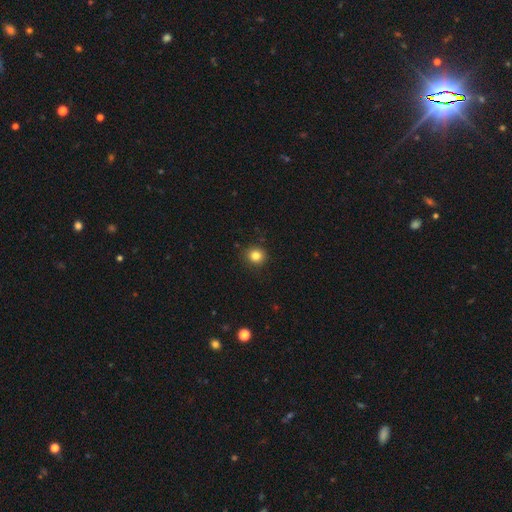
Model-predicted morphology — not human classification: Q: Smooth or featured?
A: smooth (83%); runner-up: star or artifact (11%)
Q: How rounded?
A: round (85%); runner-up: in between (14%)
Q: Merging?
A: none (88%); runner-up: minor disturbance (9%)